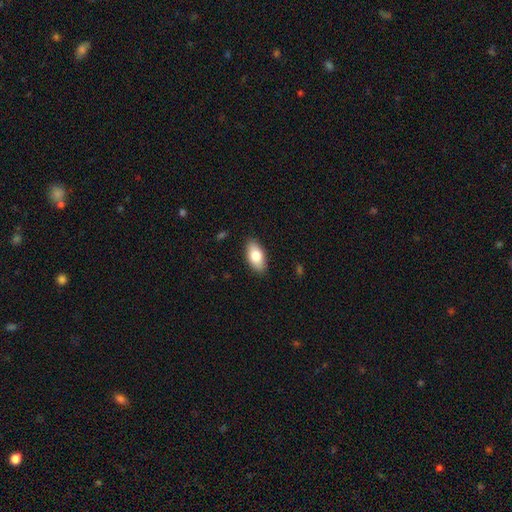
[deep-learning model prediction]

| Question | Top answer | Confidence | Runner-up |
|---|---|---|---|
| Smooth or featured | smooth | 81% | featured or disk (13%) |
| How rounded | in between | 92% | cigar-shaped (5%) |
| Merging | none | 88% | minor disturbance (9%) |